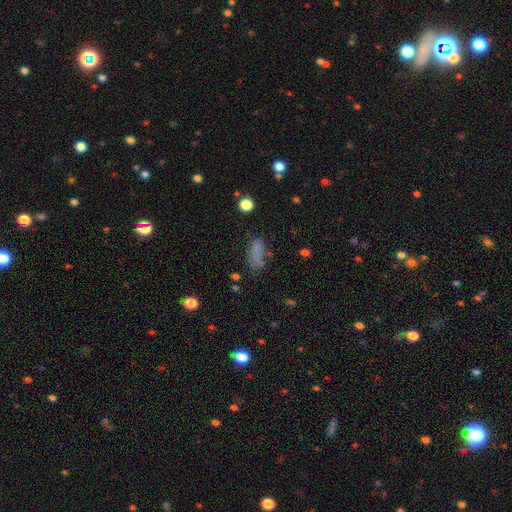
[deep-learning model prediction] Smooth or featured? smooth (76%)
How rounded? in between (58%)
Merging? none (62%)